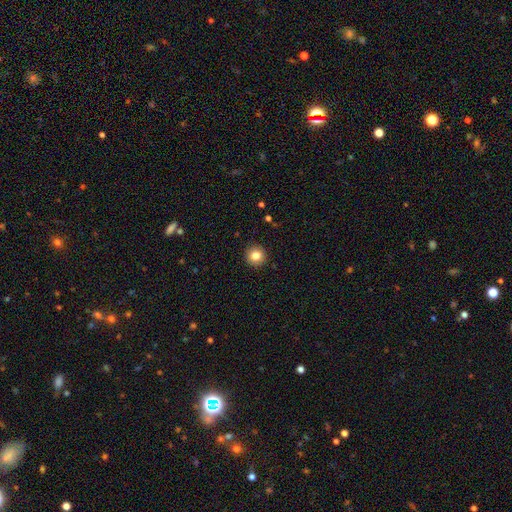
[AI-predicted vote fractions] smooth_or_featured: smooth (p=0.82) [alt: star or artifact p=0.10]
how_rounded: round (p=0.95) [alt: in between p=0.04]
merging: none (p=0.93) [alt: minor disturbance p=0.05]